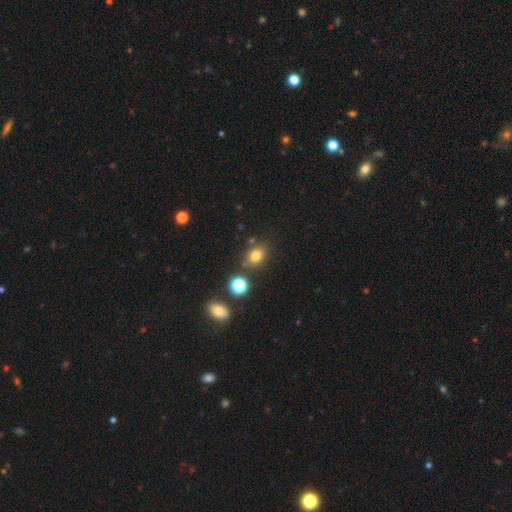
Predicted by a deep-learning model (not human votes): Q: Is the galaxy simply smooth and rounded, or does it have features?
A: smooth — 76%.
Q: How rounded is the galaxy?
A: in between — 51%.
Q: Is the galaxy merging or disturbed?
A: none — 76%.